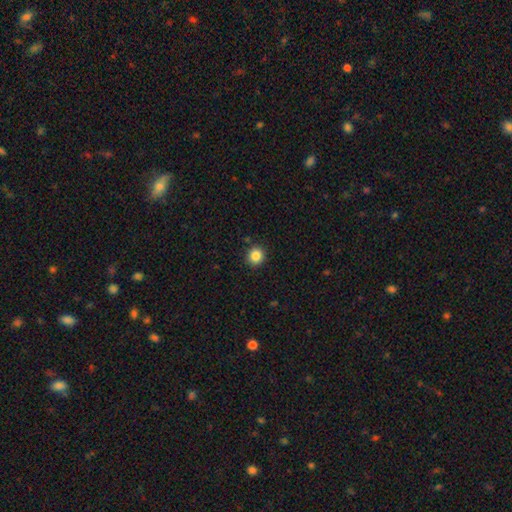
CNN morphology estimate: smooth_or_featured: smooth (p=0.85) [alt: star or artifact p=0.11]
how_rounded: round (p=0.88) [alt: in between p=0.11]
merging: none (p=0.90) [alt: minor disturbance p=0.06]